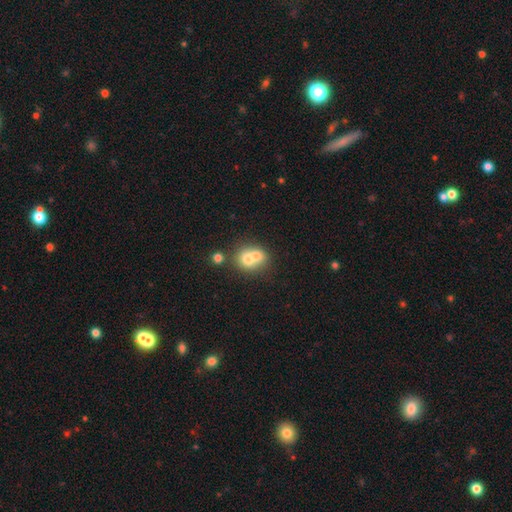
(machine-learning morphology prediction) type=smooth (68%); roundness=round (66%); merging=merger (66%).